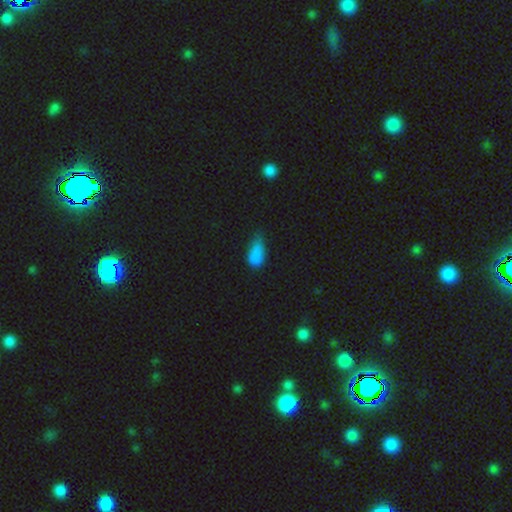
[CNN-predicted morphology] type=smooth (80%); roundness=in between (81%); merging=minor disturbance (45%).